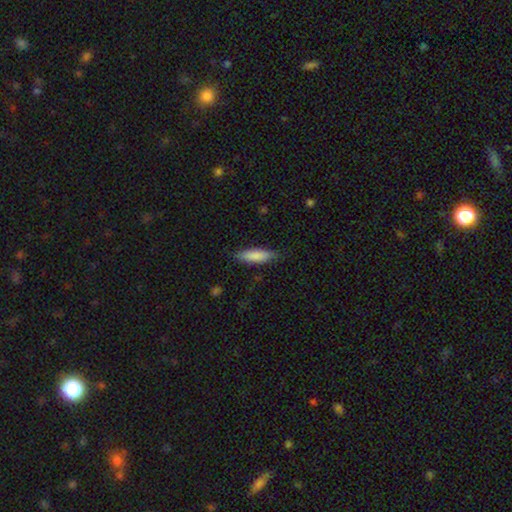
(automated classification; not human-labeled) smooth-or-featured: smooth: 84% | featured or disk: 11% | star or artifact: 6%
  how-rounded: cigar-shaped: 64% | in between: 35% | round: 1%
  merging: none: 83% | minor disturbance: 14% | major disturbance: 3% | merger: 1%